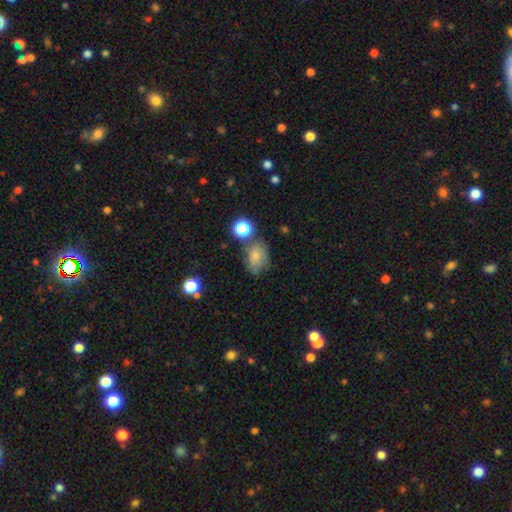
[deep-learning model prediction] smooth 73%, featured or disk 14%, star or artifact 12%. Down the decision tree: how rounded — in between (71%); merging — none (56%).